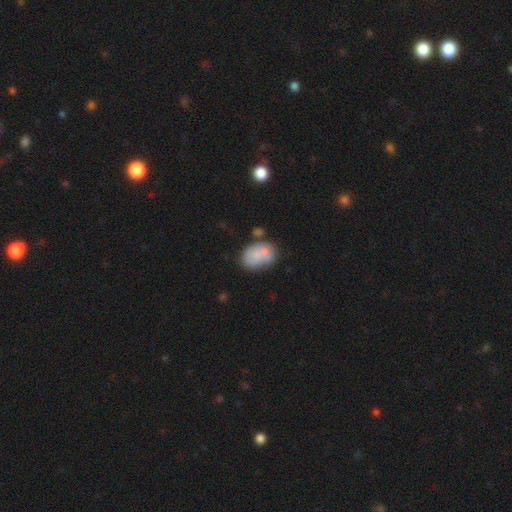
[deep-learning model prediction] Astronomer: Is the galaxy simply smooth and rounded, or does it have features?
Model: smooth — 68%.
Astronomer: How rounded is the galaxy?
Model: in between — 78%.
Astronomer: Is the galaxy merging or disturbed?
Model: none — 41% (runner-up: merger, 27%).